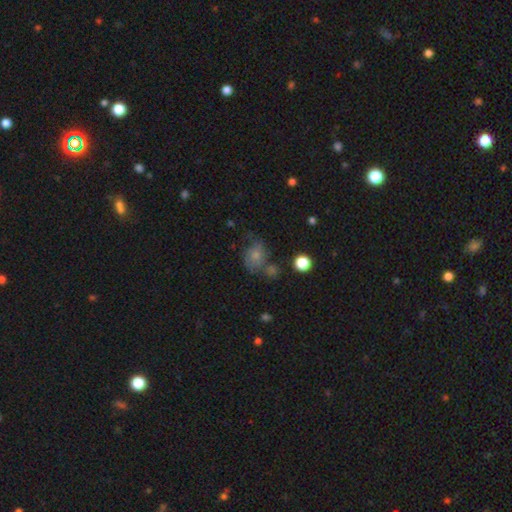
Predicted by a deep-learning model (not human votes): This is possibly a smooth galaxy (57%). How rounded: possibly round (56%). Merging: marginally none (44%).